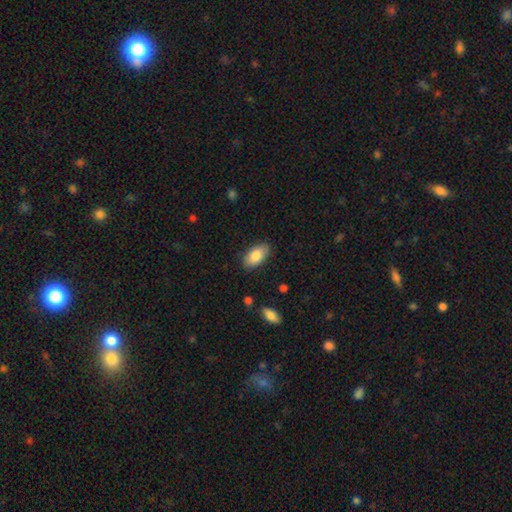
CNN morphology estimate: Overall: smooth (85%). How rounded: in between (94%). Merging: none (84%).